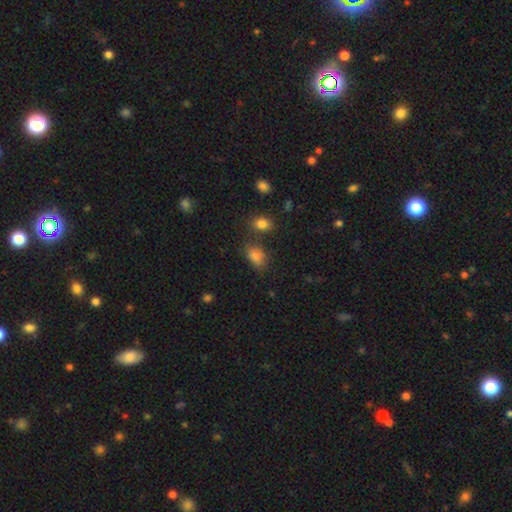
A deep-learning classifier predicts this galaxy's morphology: Overall: smooth (81%). How rounded: in between (80%). Merging: none (67%).